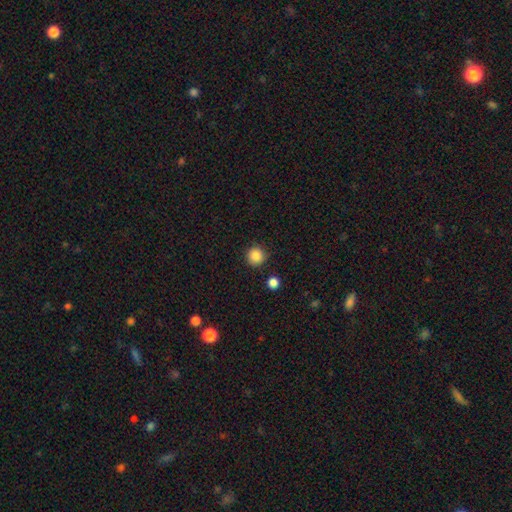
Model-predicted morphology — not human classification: type=smooth (86%); roundness=round (94%); merging=none (88%).